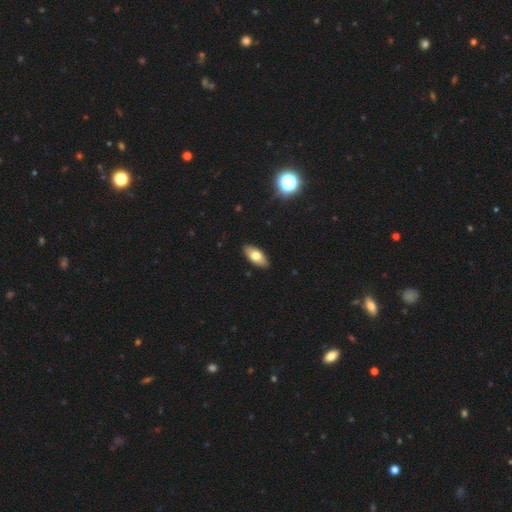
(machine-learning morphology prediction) Smooth or featured? smooth (73%)
How rounded? in between (89%)
Merging? none (89%)